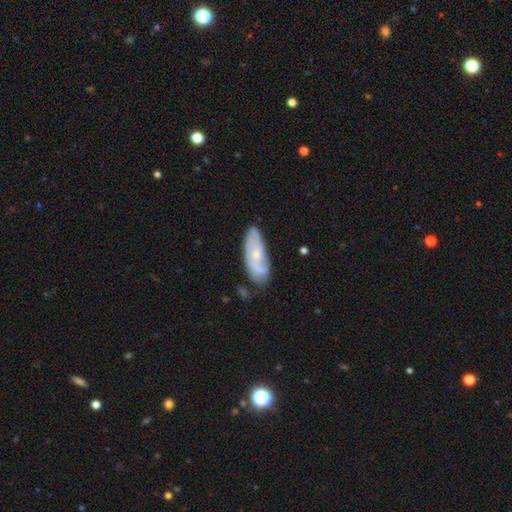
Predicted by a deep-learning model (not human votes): Smooth or featured: featured or disk — 59% (smooth — 34%)
Edge-on disk: no — 87% (yes — 13%)
Bar: no — 71% (weak — 24%)
Spiral arms: yes — 80% (no — 20%)
Bulge size: small — 61% (moderate — 32%)
Merging: none — 66% (minor disturbance — 25%)